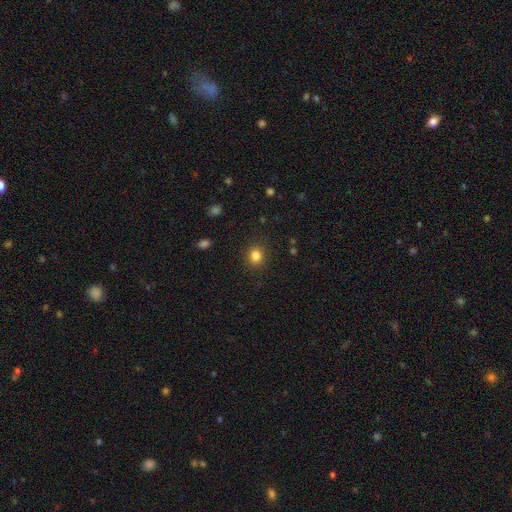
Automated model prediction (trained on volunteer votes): smooth_or_featured: smooth (p=0.83) [alt: star or artifact p=0.12]
how_rounded: round (p=0.73) [alt: in between p=0.26]
merging: none (p=0.89) [alt: minor disturbance p=0.07]